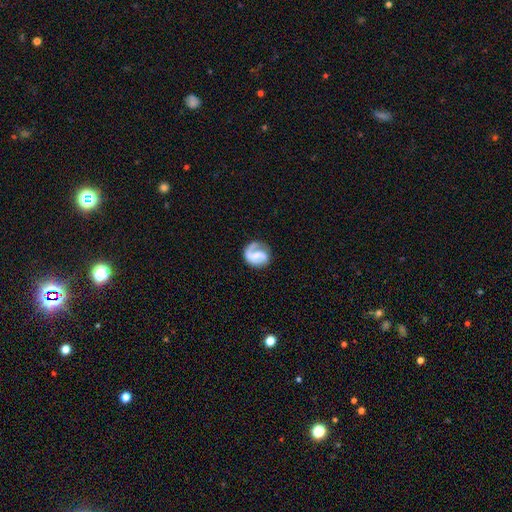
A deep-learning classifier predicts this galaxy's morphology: Smooth or featured? featured or disk (76%)
Edge-on disk? no (98%)
Bar? weak (45%)
Spiral arms? yes (92%)
Spiral winding? medium (42%)
Spiral arm count? 2 (59%)
Bulge size? small (38%)
Merging? none (66%)